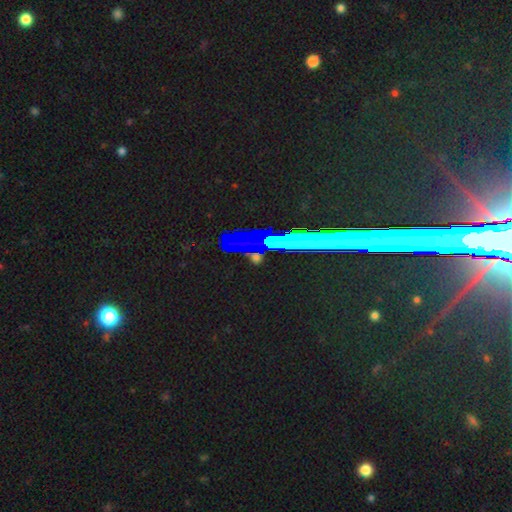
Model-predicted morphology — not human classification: Smooth or featured: star or artifact — 62% (featured or disk — 22%)